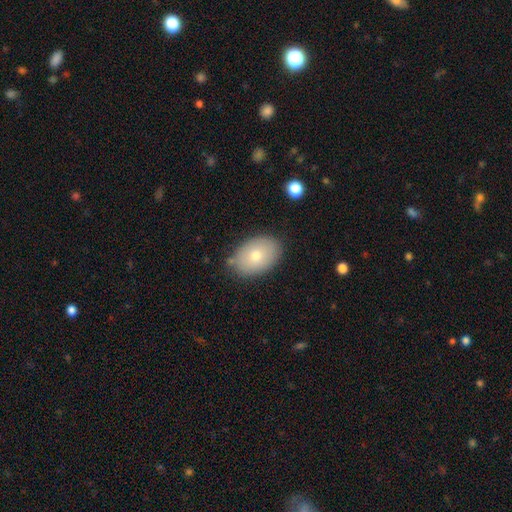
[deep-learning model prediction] Overall: smooth (74%). How rounded: in between (86%). Merging: none (78%).